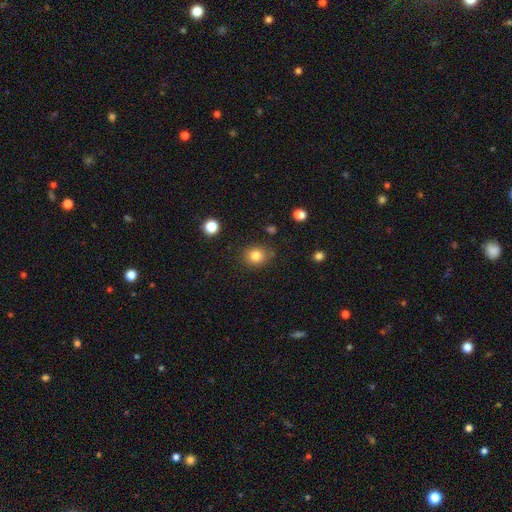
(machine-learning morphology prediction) Overall: smooth (82%). How rounded: round (76%). Merging: none (83%).